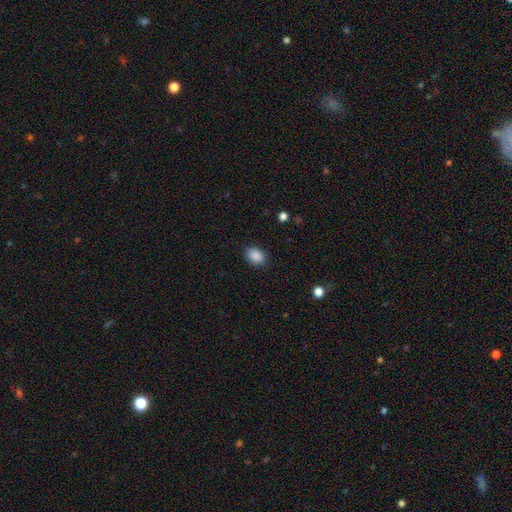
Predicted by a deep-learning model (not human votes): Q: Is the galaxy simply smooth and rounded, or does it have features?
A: smooth — 89%.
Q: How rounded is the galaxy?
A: in between — 67%.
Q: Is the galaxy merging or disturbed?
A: none — 85%.